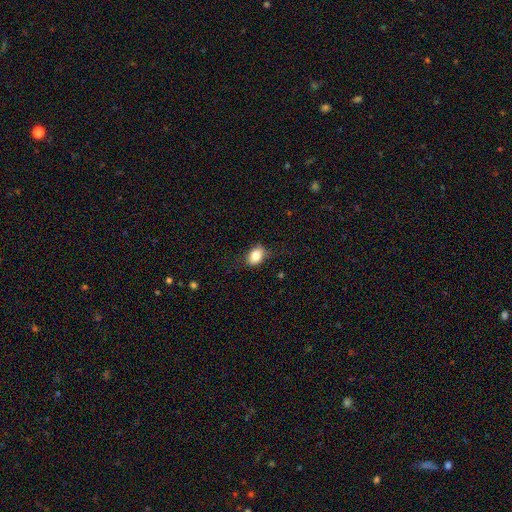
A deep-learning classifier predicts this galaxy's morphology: This appears to be a smooth galaxy with no disk features (83%) that is in between round and cigar-shaped (74%). Merging: none (77%).